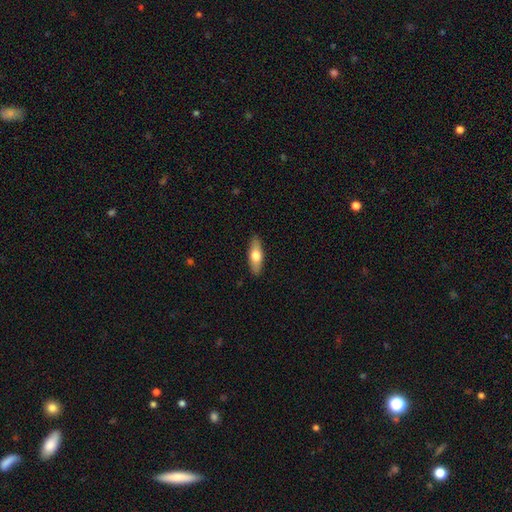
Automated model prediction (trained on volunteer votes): Smooth or featured: smooth — 65% (featured or disk — 29%)
How rounded: in between — 61% (cigar-shaped — 36%)
Merging: none — 88% (minor disturbance — 9%)